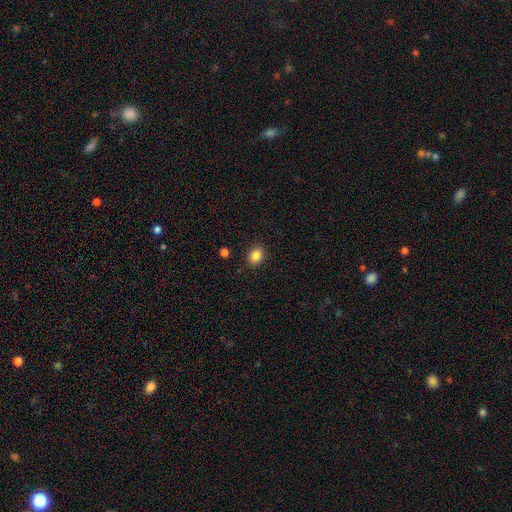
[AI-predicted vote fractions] Overall: smooth (85%). How rounded: round (53%; in between 46%). Merging: none (88%).